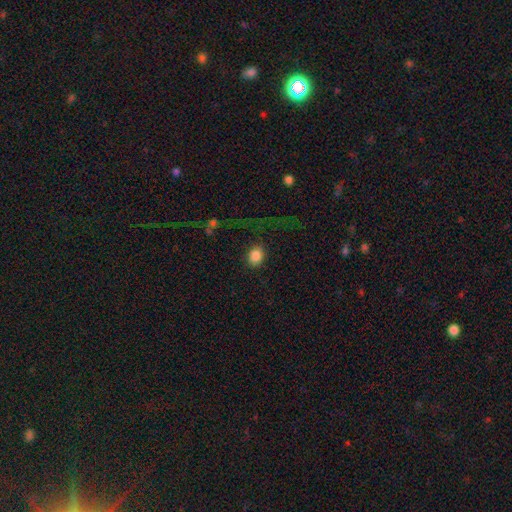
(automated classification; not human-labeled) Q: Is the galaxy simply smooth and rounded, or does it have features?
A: smooth — 85%.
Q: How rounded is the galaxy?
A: round — 56%.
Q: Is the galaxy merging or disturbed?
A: none — 81%.